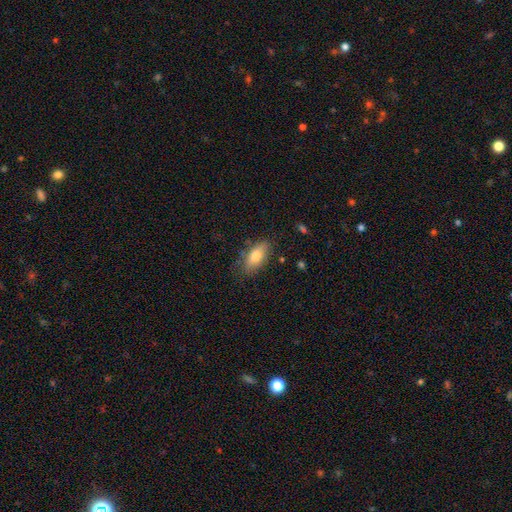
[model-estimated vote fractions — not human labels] A smooth galaxy with no disk features (73%) that is in between round and cigar-shaped (79%). Merging: none (74%).